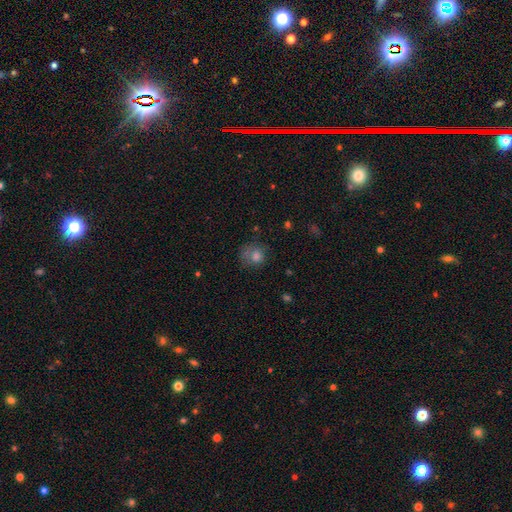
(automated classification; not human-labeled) This is likely a smooth galaxy (74%). How rounded: likely round (75%). Merging: possibly none (49%).